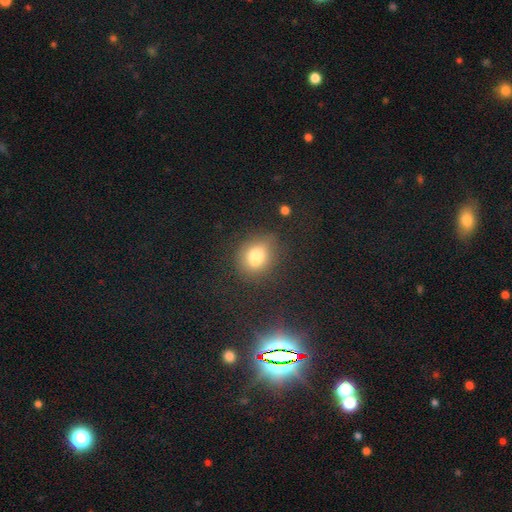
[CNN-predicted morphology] A smooth galaxy with no disk features (74%) that is round (51%). Merging: none (63%).